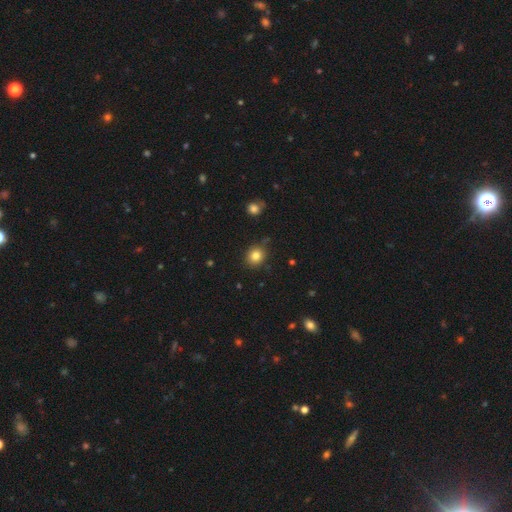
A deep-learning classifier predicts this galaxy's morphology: Smooth or featured? Predicted: smooth (p=0.82). How rounded? Predicted: round (p=0.81). Merging? Predicted: none (p=0.82).